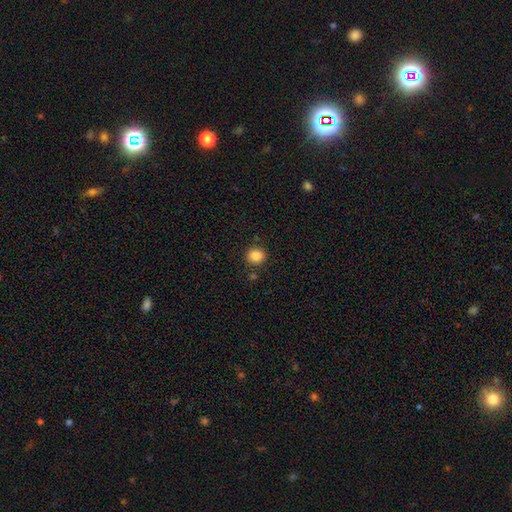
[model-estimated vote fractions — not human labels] This is clearly a smooth galaxy (86%). How rounded: clearly round (85%). Merging: clearly none (86%).